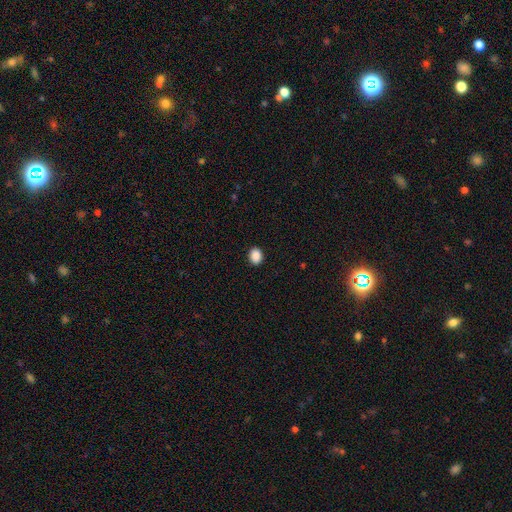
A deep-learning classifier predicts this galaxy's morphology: smooth-or-featured: smooth: 89% | star or artifact: 8% | featured or disk: 2%
  how-rounded: in between: 53% | round: 46% | cigar-shaped: 1%
  merging: none: 91% | minor disturbance: 6% | major disturbance: 2% | merger: 1%